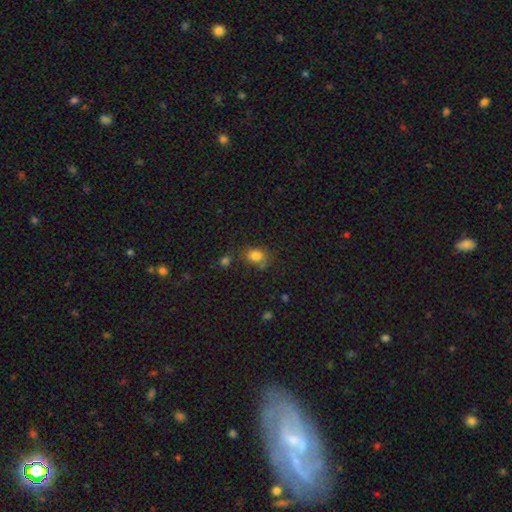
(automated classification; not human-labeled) This appears to be a smooth galaxy with no disk features (80%) that is in between round and cigar-shaped (53%). Merging: none (68%).